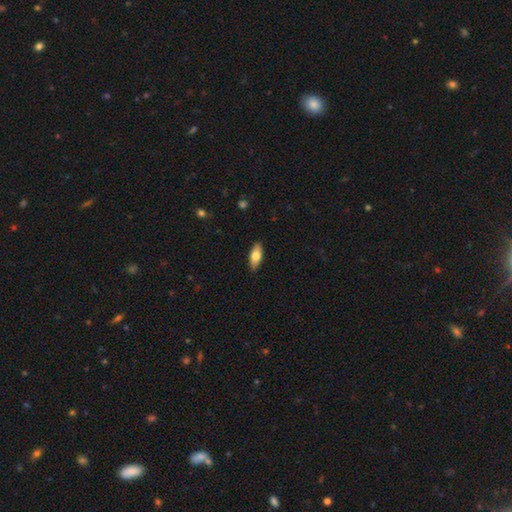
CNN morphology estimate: smooth_or_featured: smooth (p=0.75) [alt: featured or disk p=0.19]
how_rounded: in between (p=0.77) [alt: cigar-shaped p=0.21]
merging: none (p=0.89) [alt: minor disturbance p=0.08]